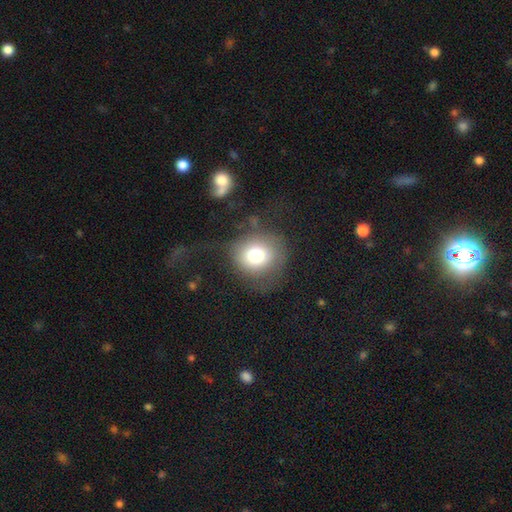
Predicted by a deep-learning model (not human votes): Morphology: type=smooth (73%); roundness=round (83%); merging=none (59%).